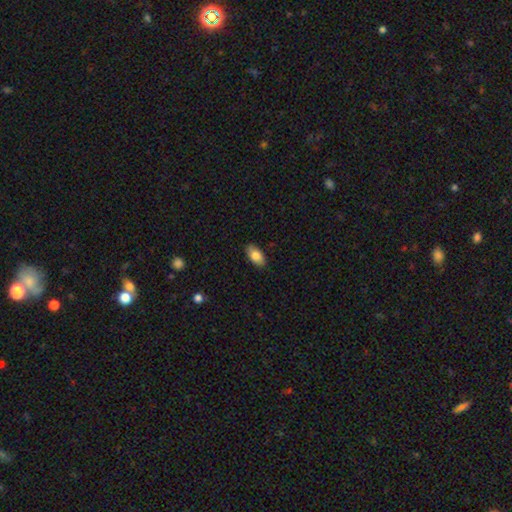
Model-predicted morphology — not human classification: type=smooth (80%); roundness=in between (93%); merging=none (88%).